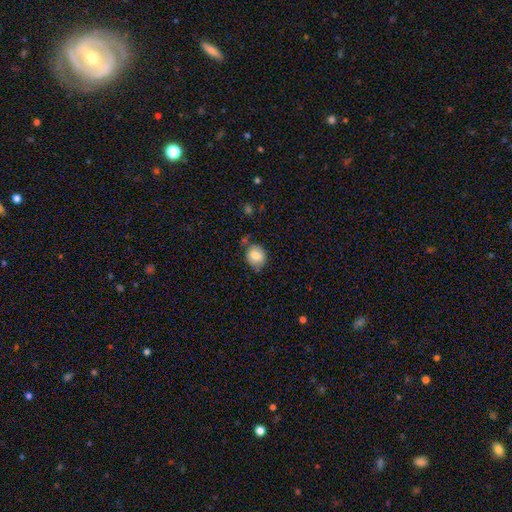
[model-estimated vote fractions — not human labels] Smooth or featured?
  - smooth: 79% *
  - featured or disk: 12%
  - star or artifact: 9%
How rounded?
  - round: 67% *
  - in between: 32%
  - cigar-shaped: 1%
Merging?
  - none: 67% *
  - minor disturbance: 22%
  - merger: 7%
  - major disturbance: 5%